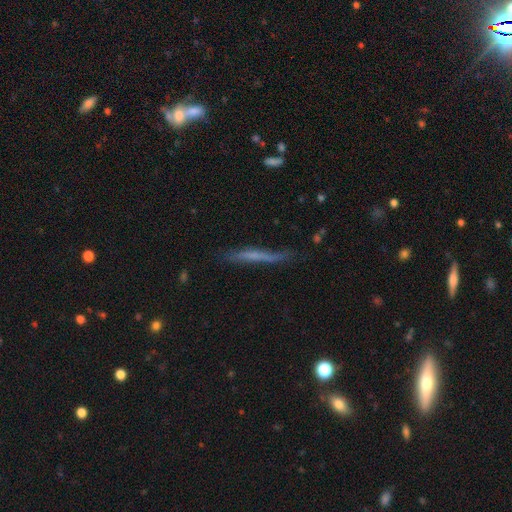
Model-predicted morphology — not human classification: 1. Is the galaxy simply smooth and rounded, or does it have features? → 47% smooth, 44% featured or disk, 9% star or artifact.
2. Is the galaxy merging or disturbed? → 70% none, 21% minor disturbance, 6% major disturbance, 3% merger.